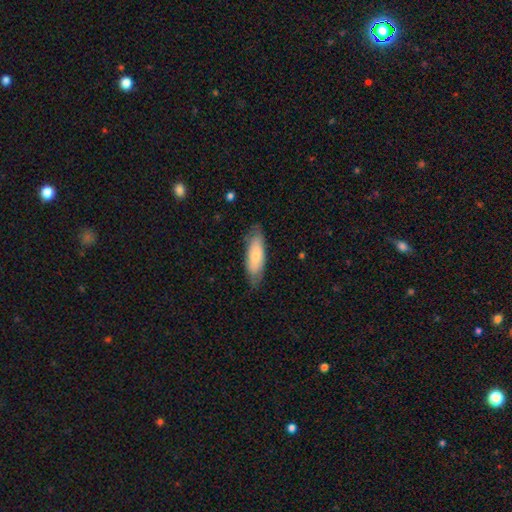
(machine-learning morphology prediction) smooth-or-featured: smooth: 69% | featured or disk: 25% | star or artifact: 6%
  how-rounded: in between: 60% | cigar-shaped: 38% | round: 2%
  merging: none: 76% | minor disturbance: 19% | major disturbance: 4% | merger: 1%